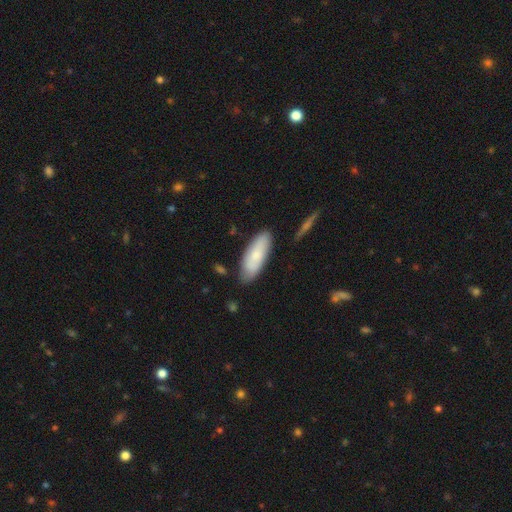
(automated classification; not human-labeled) Q: Smooth or featured?
A: smooth (76%); runner-up: featured or disk (18%)
Q: How rounded?
A: in between (71%); runner-up: cigar-shaped (27%)
Q: Merging?
A: none (79%); runner-up: minor disturbance (15%)